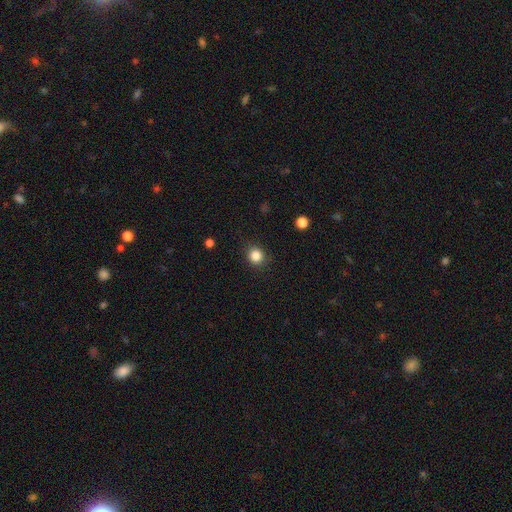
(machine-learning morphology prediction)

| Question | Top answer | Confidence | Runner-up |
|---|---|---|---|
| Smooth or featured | smooth | 85% | star or artifact (11%) |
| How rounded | round | 88% | in between (11%) |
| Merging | none | 88% | minor disturbance (8%) |